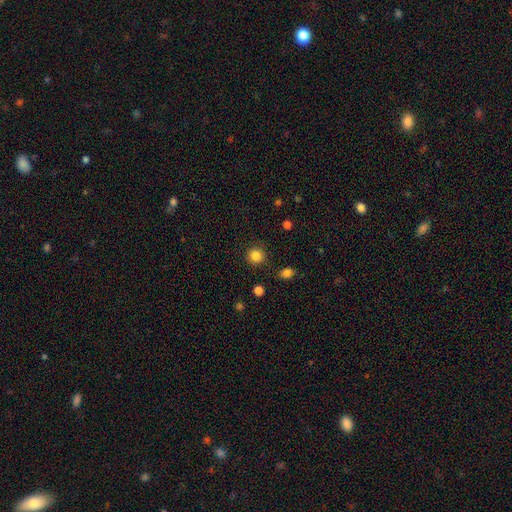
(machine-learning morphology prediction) type=smooth (85%); roundness=round (92%); merging=none (89%).